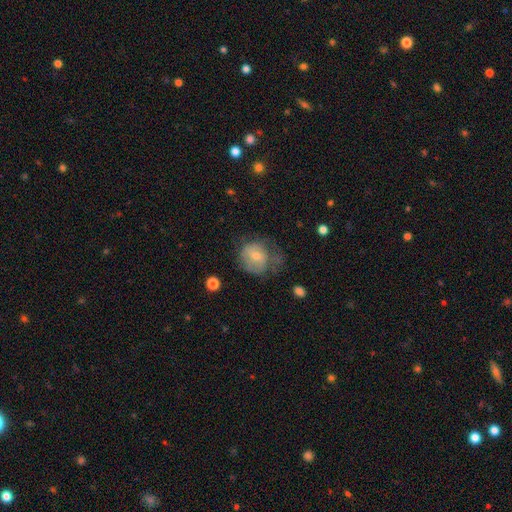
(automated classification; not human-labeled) Q: Smooth or featured?
A: smooth (60%); runner-up: featured or disk (32%)
Q: How rounded?
A: round (71%); runner-up: in between (28%)
Q: Merging?
A: none (38%); runner-up: major disturbance (30%)